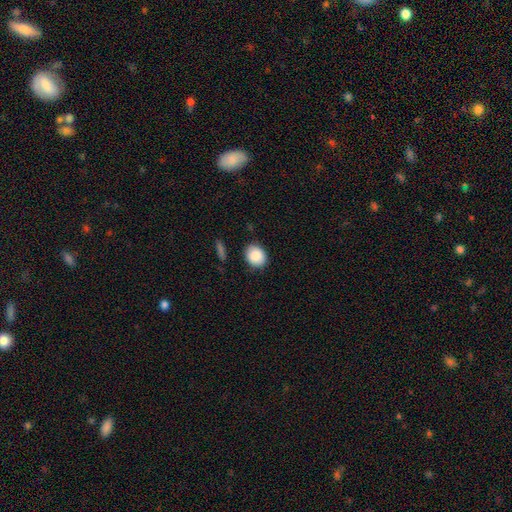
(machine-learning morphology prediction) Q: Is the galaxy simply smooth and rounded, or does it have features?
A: smooth — 88%.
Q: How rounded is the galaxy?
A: round — 54%.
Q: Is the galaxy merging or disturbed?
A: none — 85%.